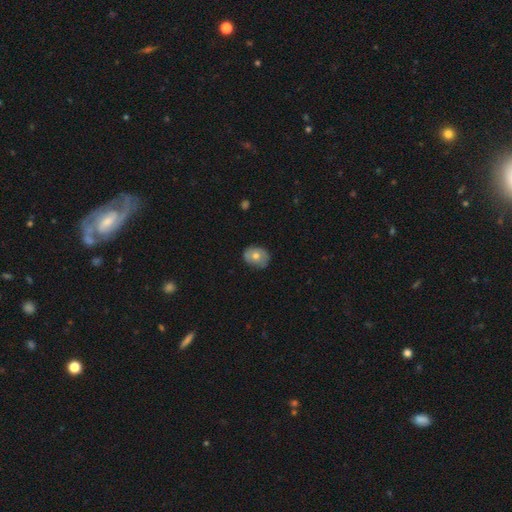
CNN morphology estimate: This is possibly a smooth galaxy (54%). How rounded: possibly round (56%). Merging: likely none (78%).